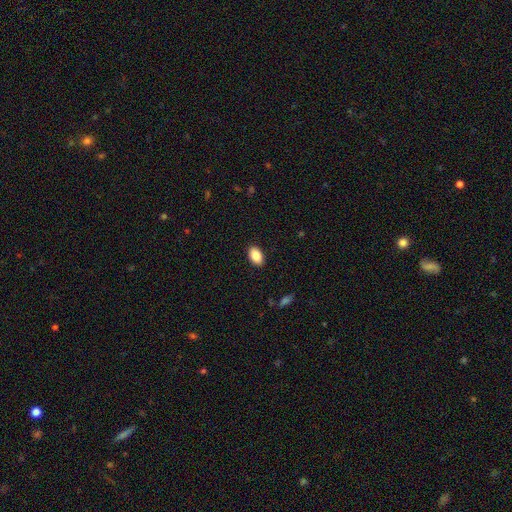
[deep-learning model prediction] smooth-or-featured: smooth: 86% | star or artifact: 7% | featured or disk: 6%
  how-rounded: in between: 91% | round: 8% | cigar-shaped: 1%
  merging: none: 89% | minor disturbance: 8% | major disturbance: 2% | merger: 1%